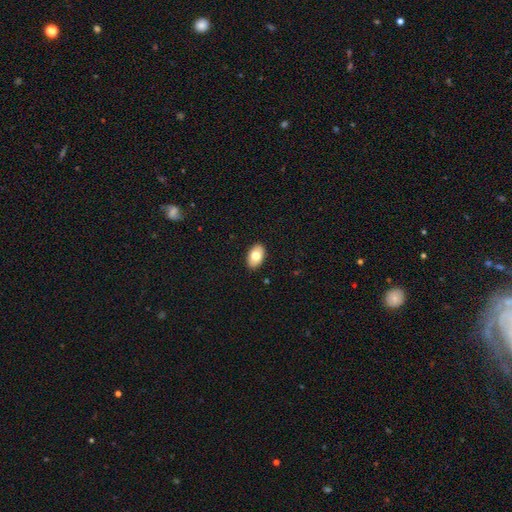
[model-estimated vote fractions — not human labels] Morphology: type=smooth (76%); roundness=in between (91%); merging=none (88%).